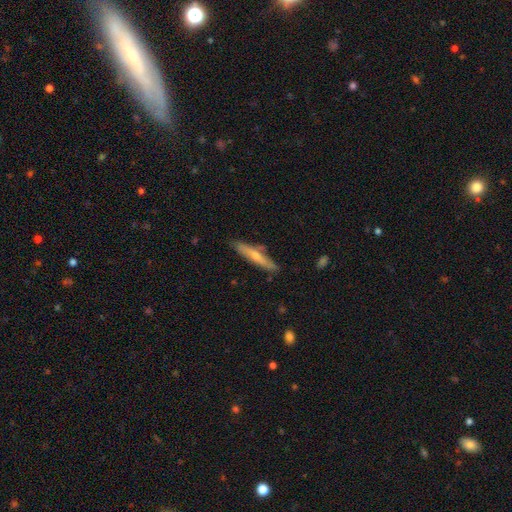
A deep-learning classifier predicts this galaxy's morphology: The model was most divided on "smooth or featured": smooth: 49%, featured or disk: 46%, star or artifact: 6%. More confident: merging — none (78%).